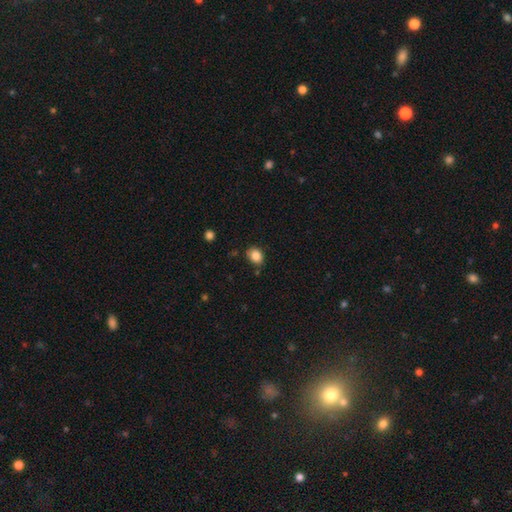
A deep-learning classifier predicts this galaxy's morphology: The model was most divided on "how rounded": round: 50%, in between: 49%, cigar-shaped: 1%. More confident: smooth or featured — smooth (86%); merging — none (78%).